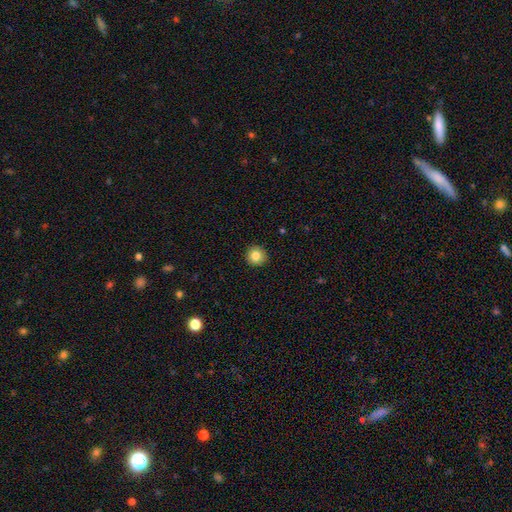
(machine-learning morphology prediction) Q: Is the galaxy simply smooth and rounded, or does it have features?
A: smooth — 84%.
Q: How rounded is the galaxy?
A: round — 93%.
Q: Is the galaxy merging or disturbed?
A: none — 91%.